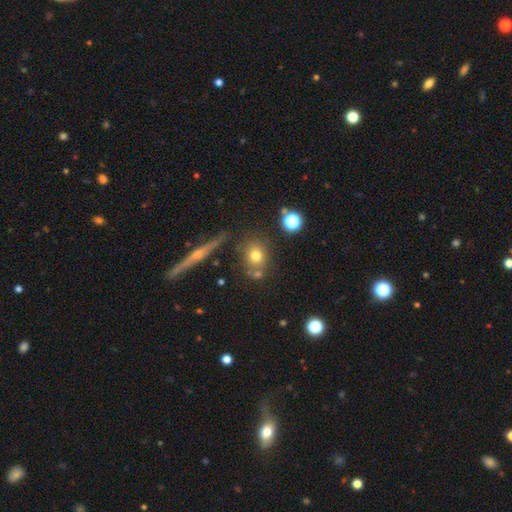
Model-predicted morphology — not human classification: smooth 69%, featured or disk 16%, star or artifact 15%. Down the decision tree: how rounded — round (71%); merging — none (69%).